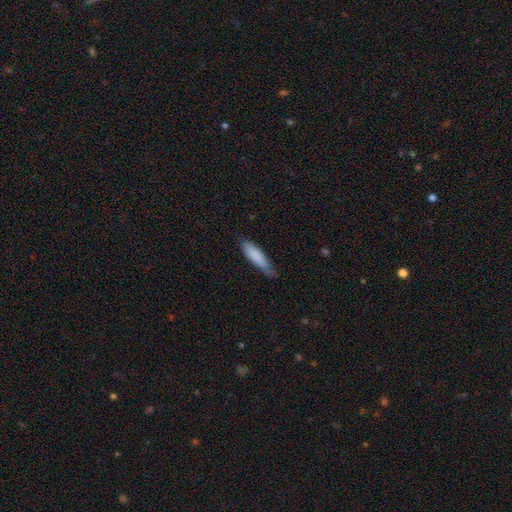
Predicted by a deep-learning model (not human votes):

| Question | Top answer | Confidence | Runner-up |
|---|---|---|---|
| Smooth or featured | smooth | 82% | featured or disk (13%) |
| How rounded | cigar-shaped | 71% | in between (28%) |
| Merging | none | 64% | minor disturbance (29%) |